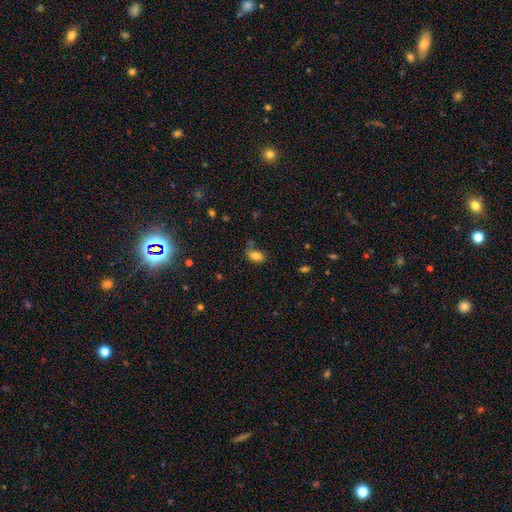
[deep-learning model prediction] smooth-or-featured: smooth: 81% | star or artifact: 11% | featured or disk: 9%
  how-rounded: in between: 89% | round: 8% | cigar-shaped: 3%
  merging: none: 59% | minor disturbance: 25% | merger: 8% | major disturbance: 8%